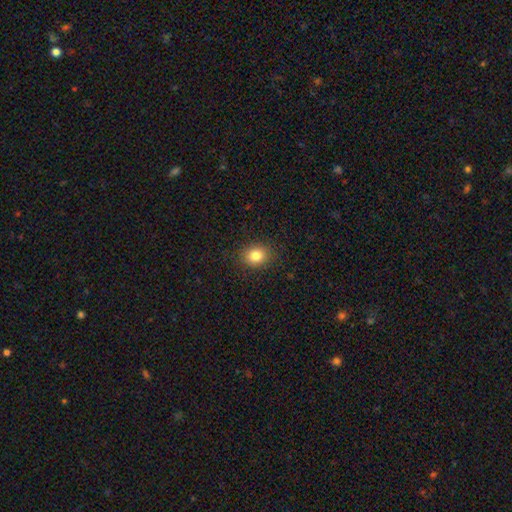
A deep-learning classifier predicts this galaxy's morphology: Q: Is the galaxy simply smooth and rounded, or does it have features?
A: smooth — 83%.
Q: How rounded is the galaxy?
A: round — 53%.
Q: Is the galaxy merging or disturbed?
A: none — 88%.